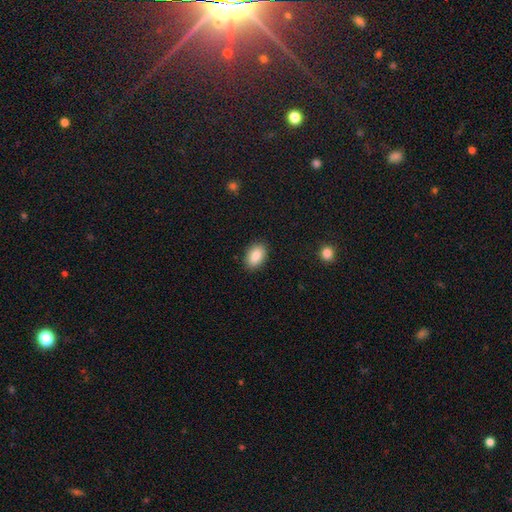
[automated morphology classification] A smooth galaxy with no disk features (87%) that is in between round and cigar-shaped (89%). Merging: none (89%).